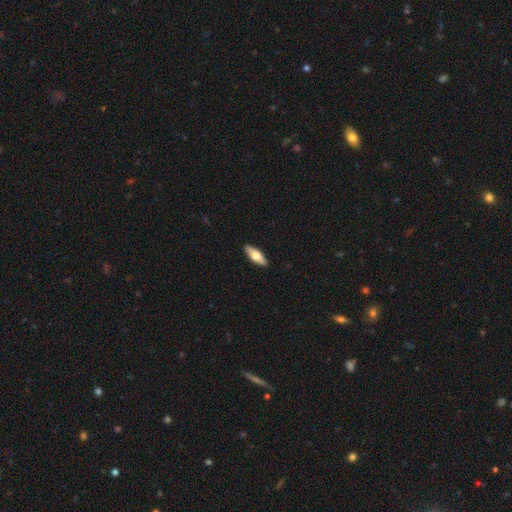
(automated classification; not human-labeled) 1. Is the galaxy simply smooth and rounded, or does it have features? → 59% smooth, 35% featured or disk, 5% star or artifact.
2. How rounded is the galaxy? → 63% in between, 34% cigar-shaped, 2% round.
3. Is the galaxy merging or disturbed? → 90% none, 7% minor disturbance, 1% major disturbance, 1% merger.